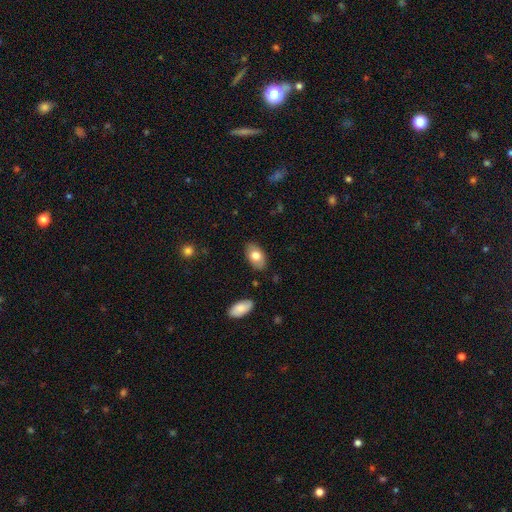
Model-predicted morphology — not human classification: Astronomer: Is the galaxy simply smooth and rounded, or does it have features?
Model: smooth — 74%.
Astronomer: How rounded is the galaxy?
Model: in between — 92%.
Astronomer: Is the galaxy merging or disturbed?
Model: none — 84%.